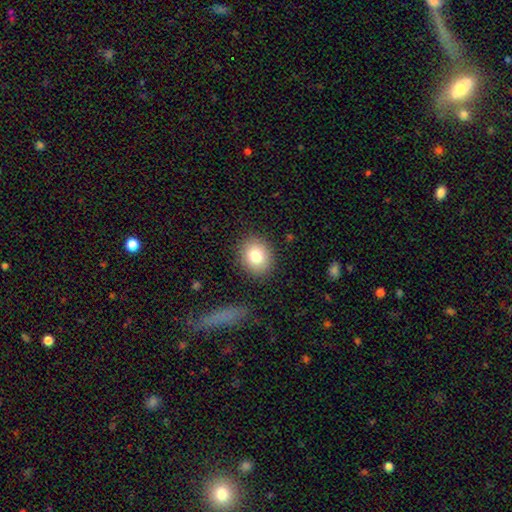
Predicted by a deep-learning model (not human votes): smooth 79%, featured or disk 11%, star or artifact 9%. Down the decision tree: how rounded — round (67%); merging — none (87%).